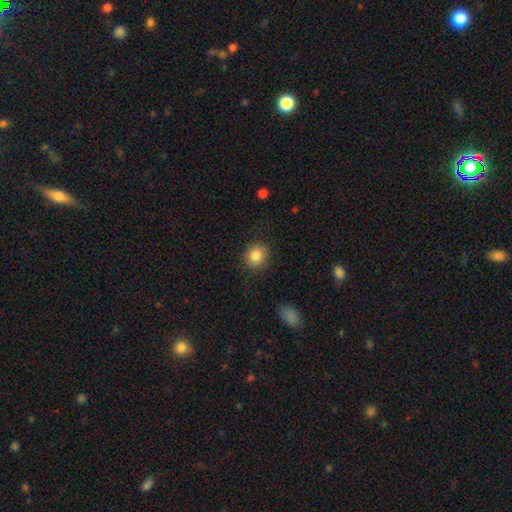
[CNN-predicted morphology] A smooth galaxy with no disk features (86%) that is round (76%).

Vote fractions:
- Smooth or featured? smooth: 86% / star or artifact: 9% / featured or disk: 5%
- How rounded? round: 76% / in between: 23% / cigar-shaped: 1%
- Merging? none: 87% / minor disturbance: 9% / major disturbance: 3% / merger: 1%